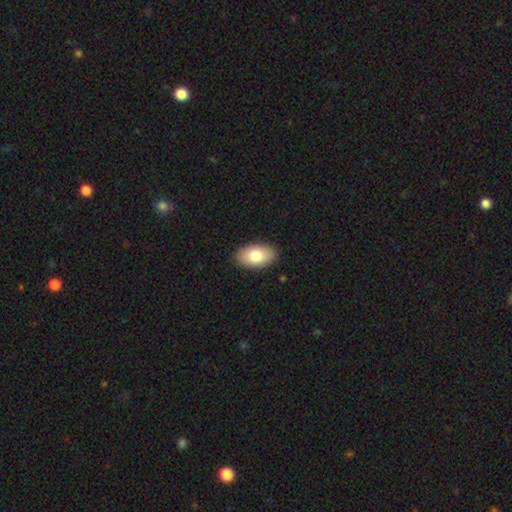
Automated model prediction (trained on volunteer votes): smooth 81%, featured or disk 13%, star or artifact 7%. Down the decision tree: how rounded — in between (95%); merging — none (89%).